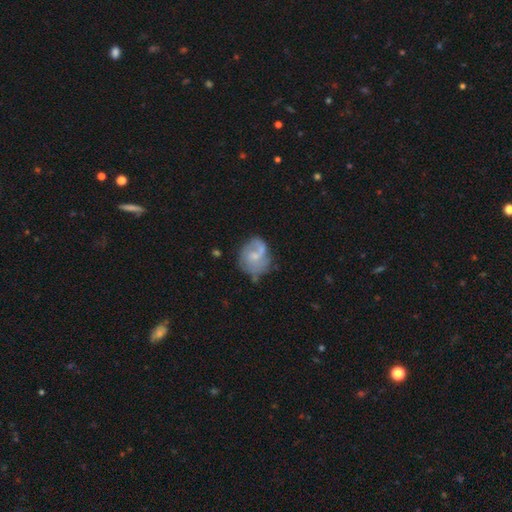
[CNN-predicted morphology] The model was most divided on "merging": none: 47%, minor disturbance: 27%, major disturbance: 16%, merger: 9%. More confident: edge-on disk — no (98%); spiral arms — yes (73%); bar — no (64%); smooth or featured — featured or disk (59%); bulge size — small (57%).